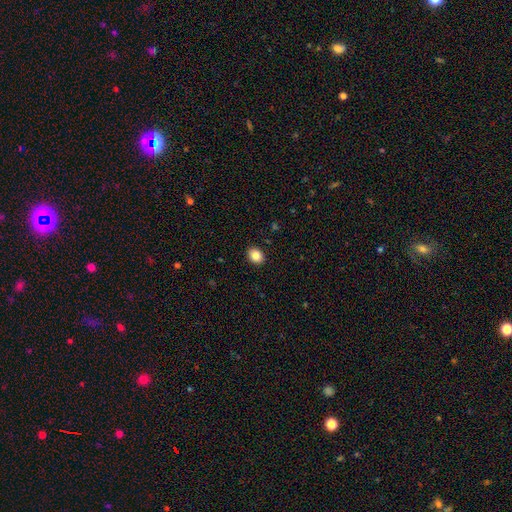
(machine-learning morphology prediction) This appears to be a smooth galaxy with no disk features (85%) that is in between round and cigar-shaped (52%). Merging: none (91%).